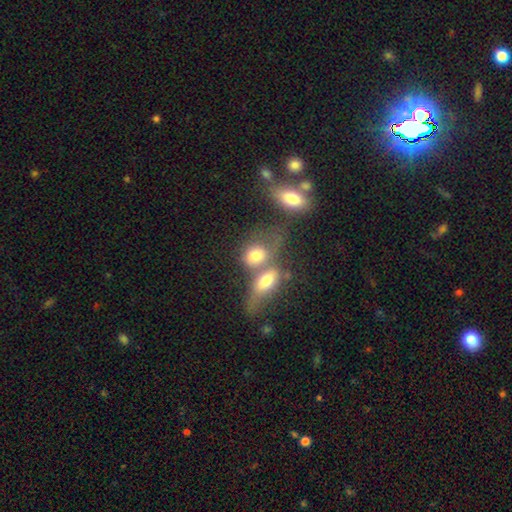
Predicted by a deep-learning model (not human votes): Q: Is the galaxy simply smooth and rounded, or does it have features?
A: smooth — 70%.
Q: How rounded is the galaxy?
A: in between — 65%.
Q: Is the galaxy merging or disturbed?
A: merger — 62%.